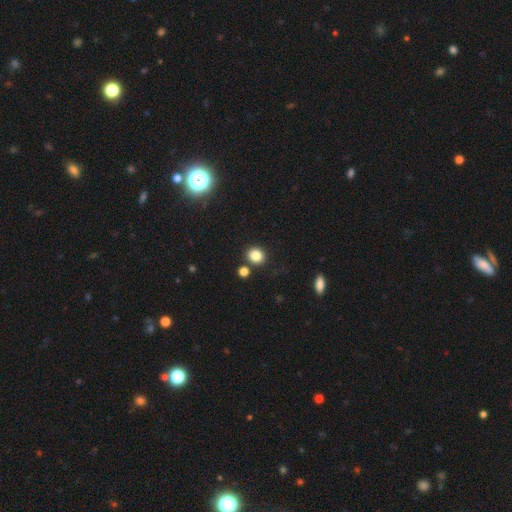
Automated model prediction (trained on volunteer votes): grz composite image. It shows a smooth galaxy with no disk features (82%) that is round (76%). Merging: none (81%).